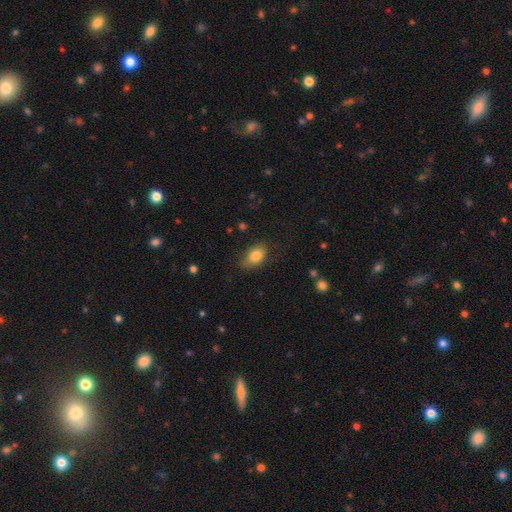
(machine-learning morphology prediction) This appears to be a smooth galaxy with no disk features (82%) that is in between round and cigar-shaped (87%). Merging: none (75%).